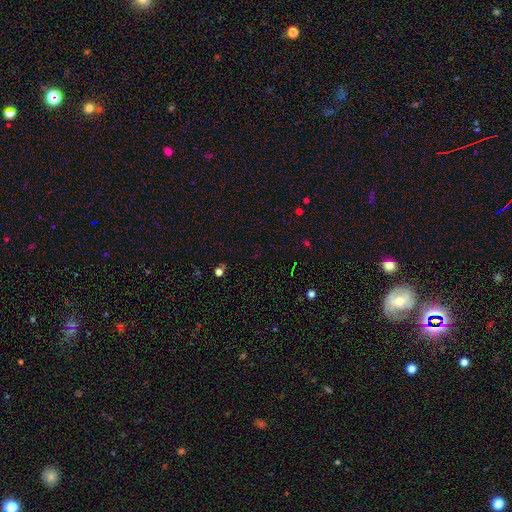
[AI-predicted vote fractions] Smooth or featured? Predicted: star or artifact (p=0.64).